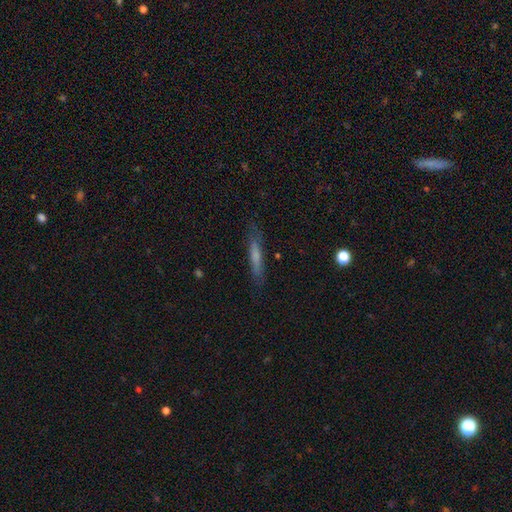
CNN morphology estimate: Q: Smooth or featured?
A: smooth (60%); runner-up: featured or disk (31%)
Q: How rounded?
A: cigar-shaped (91%); runner-up: in between (7%)
Q: Merging?
A: none (82%); runner-up: minor disturbance (13%)